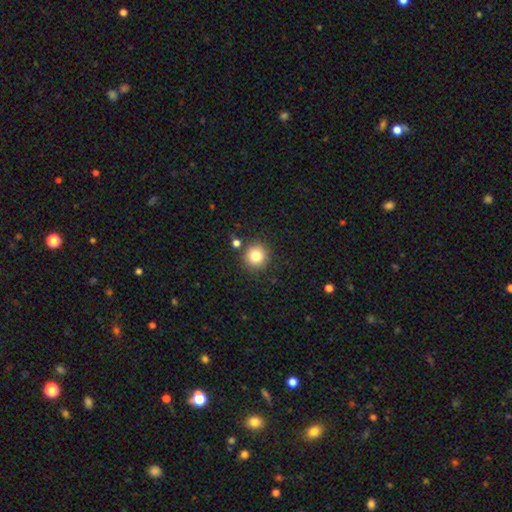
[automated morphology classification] Smooth or featured?
  - smooth: 82% *
  - star or artifact: 11%
  - featured or disk: 7%
How rounded?
  - round: 93% *
  - in between: 6%
  - cigar-shaped: 1%
Merging?
  - none: 85% *
  - minor disturbance: 7%
  - merger: 6%
  - major disturbance: 2%